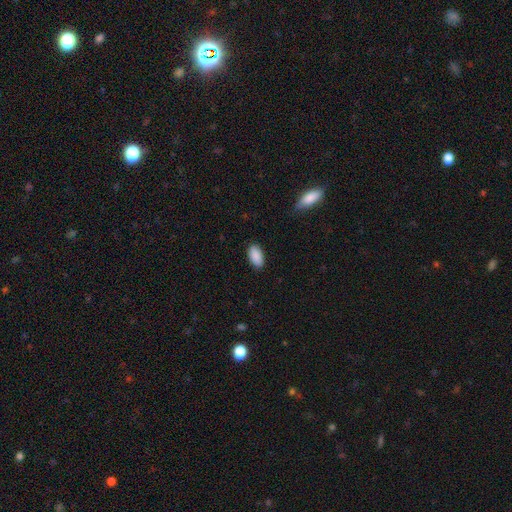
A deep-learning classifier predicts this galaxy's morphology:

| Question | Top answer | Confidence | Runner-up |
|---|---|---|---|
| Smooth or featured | smooth | 91% | star or artifact (7%) |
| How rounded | in between | 95% | round (3%) |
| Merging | none | 88% | minor disturbance (9%) |